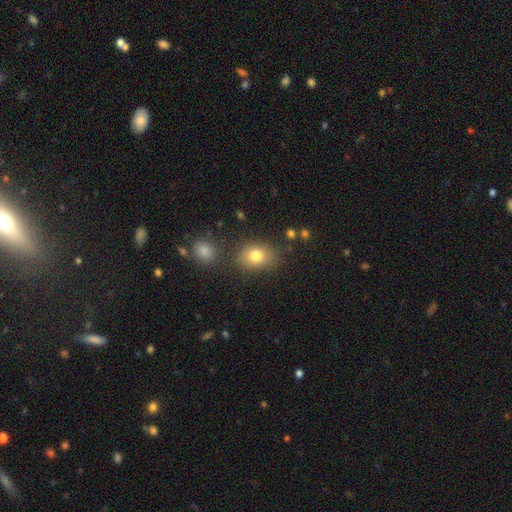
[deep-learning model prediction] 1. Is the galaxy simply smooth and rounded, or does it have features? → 79% smooth, 11% star or artifact, 10% featured or disk.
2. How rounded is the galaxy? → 62% in between, 37% round, 1% cigar-shaped.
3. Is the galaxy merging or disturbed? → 75% none, 14% minor disturbance, 6% merger, 5% major disturbance.